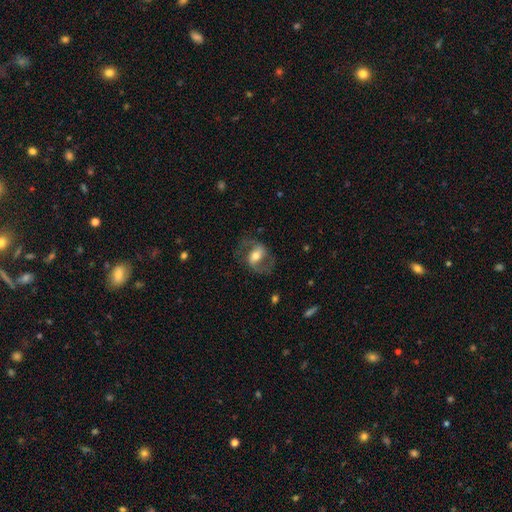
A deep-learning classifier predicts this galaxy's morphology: Smooth or featured? Predicted: featured or disk (p=0.69). Edge-on disk? Predicted: no (p=0.95). Bar? Predicted: weak (p=0.40). Spiral arms? Predicted: yes (p=0.81). Spiral winding? Predicted: medium (p=0.51). Spiral arm count? Predicted: 2 (p=0.87). Bulge size? Predicted: moderate (p=0.63). Merging? Predicted: none (p=0.69).